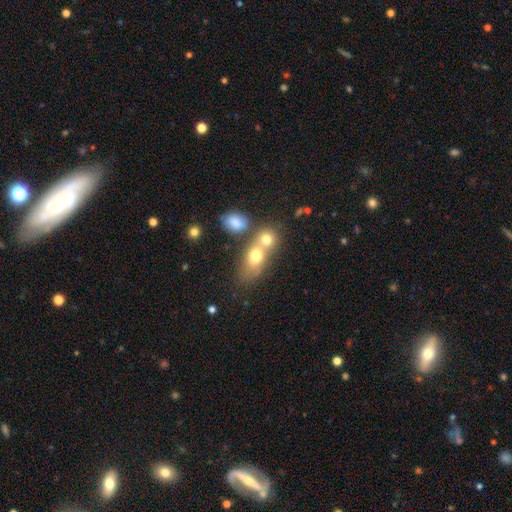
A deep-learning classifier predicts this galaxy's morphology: Overall: smooth (70%). How rounded: in between (57%; round 39%). Merging: merger (58%; none 30%).